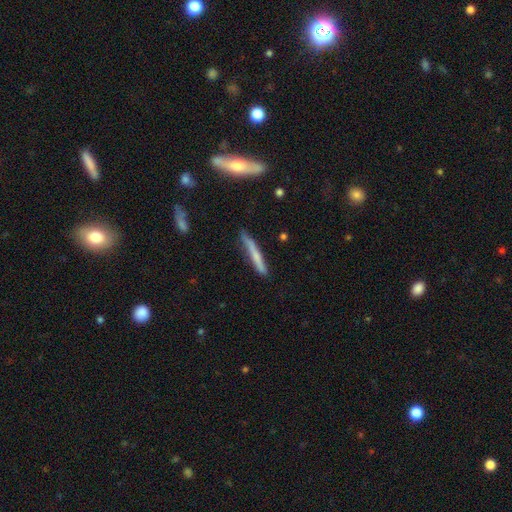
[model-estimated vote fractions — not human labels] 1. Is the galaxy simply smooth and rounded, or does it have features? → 57% smooth, 37% featured or disk, 6% star or artifact.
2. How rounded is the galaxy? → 95% cigar-shaped, 3% in between, 2% round.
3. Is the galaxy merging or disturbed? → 79% none, 15% minor disturbance, 3% major disturbance, 2% merger.